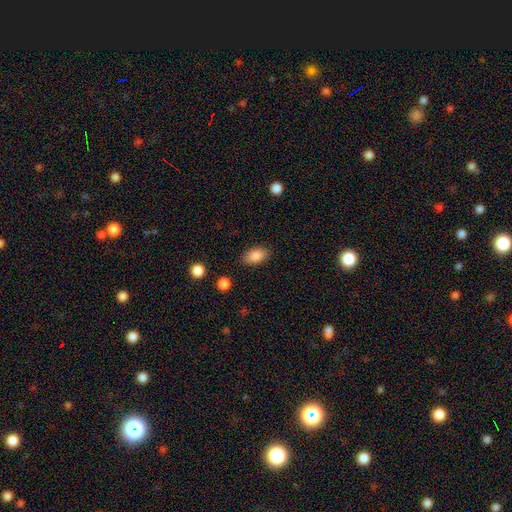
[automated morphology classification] Smooth or featured? smooth (87%)
How rounded? in between (91%)
Merging? none (86%)